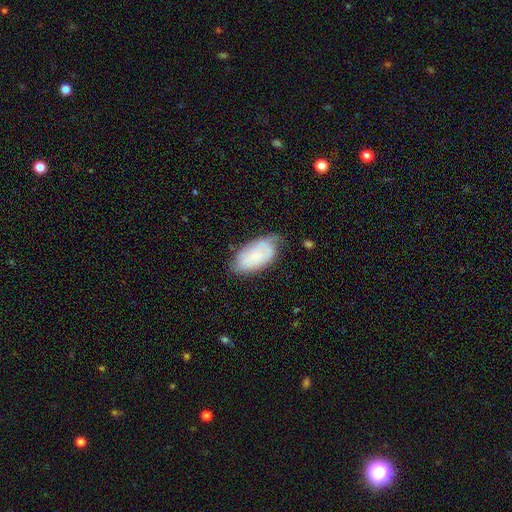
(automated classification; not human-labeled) This is possibly a smooth galaxy (51%). How rounded: clearly in between (94%). Merging: possibly none (55%).